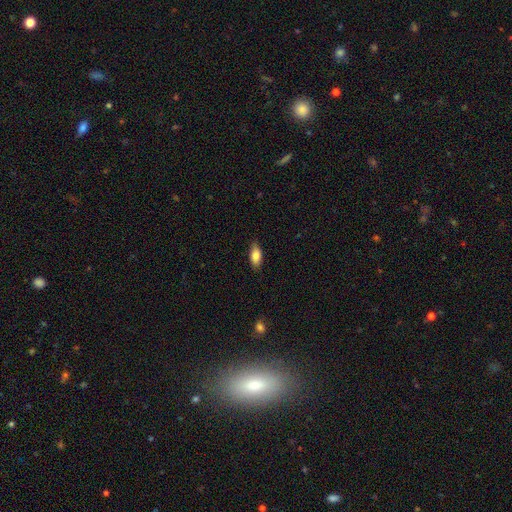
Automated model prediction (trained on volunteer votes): Smooth or featured? smooth (81%)
How rounded? in between (84%)
Merging? none (83%)